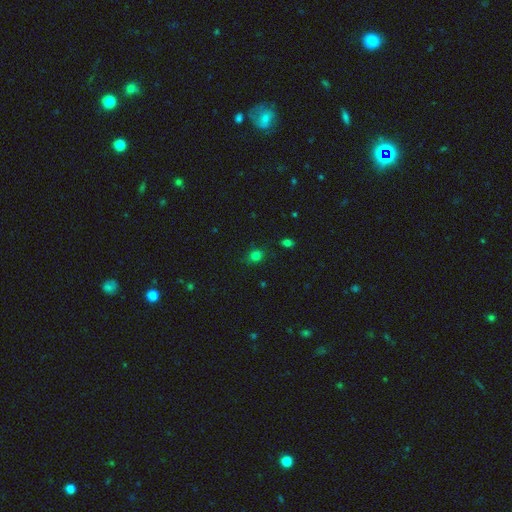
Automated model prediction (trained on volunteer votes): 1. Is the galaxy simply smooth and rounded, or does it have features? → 75% smooth, 20% star or artifact, 5% featured or disk.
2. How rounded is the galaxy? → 68% round, 31% in between, 1% cigar-shaped.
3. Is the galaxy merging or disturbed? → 78% none, 15% minor disturbance, 4% major disturbance, 2% merger.